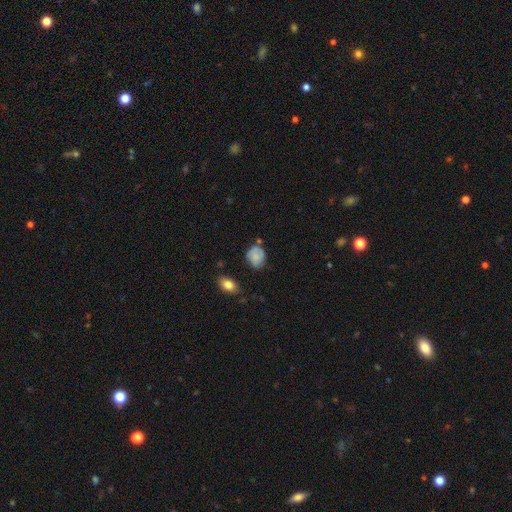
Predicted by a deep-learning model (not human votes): smooth 67%, featured or disk 24%, star or artifact 9%. Down the decision tree: how rounded — round (55%); merging — none (57%).